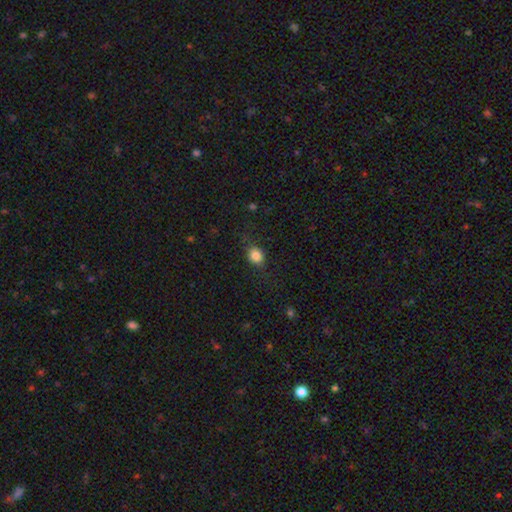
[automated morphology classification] Overall: smooth (84%). How rounded: round (57%; in between 41%). Merging: none (78%).